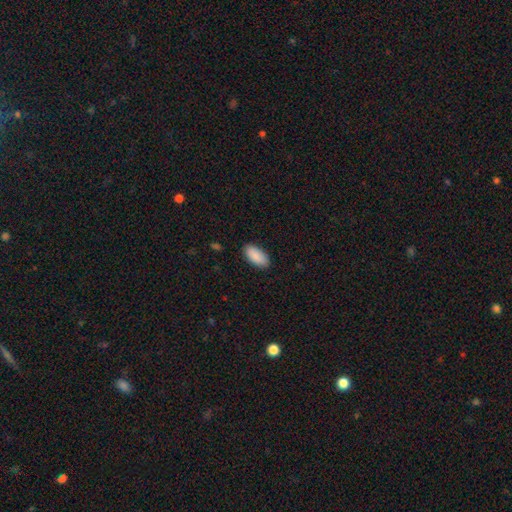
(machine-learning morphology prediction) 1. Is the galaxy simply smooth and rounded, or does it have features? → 90% smooth, 6% star or artifact, 4% featured or disk.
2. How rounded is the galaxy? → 92% in between, 6% cigar-shaped, 2% round.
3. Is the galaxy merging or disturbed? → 88% none, 9% minor disturbance, 2% major disturbance, 1% merger.